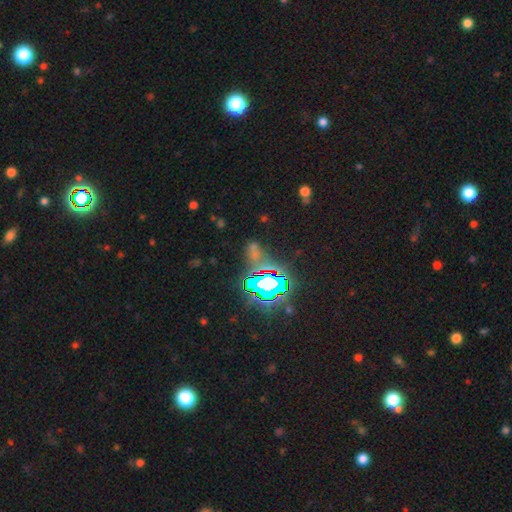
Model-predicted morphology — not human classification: star or artifact 63%, smooth 25%, featured or disk 13%.